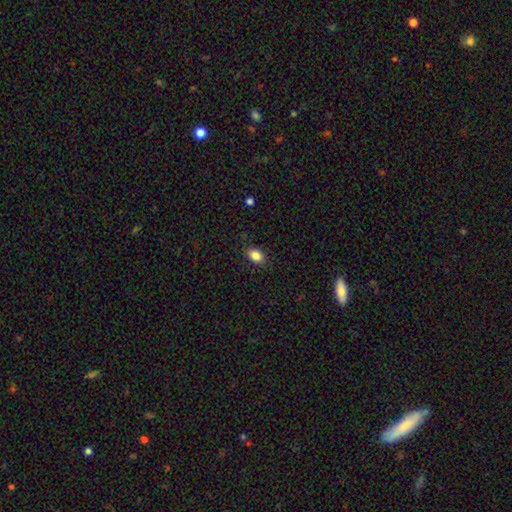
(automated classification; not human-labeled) Morphology: type=smooth (86%); roundness=in between (85%); merging=none (87%).